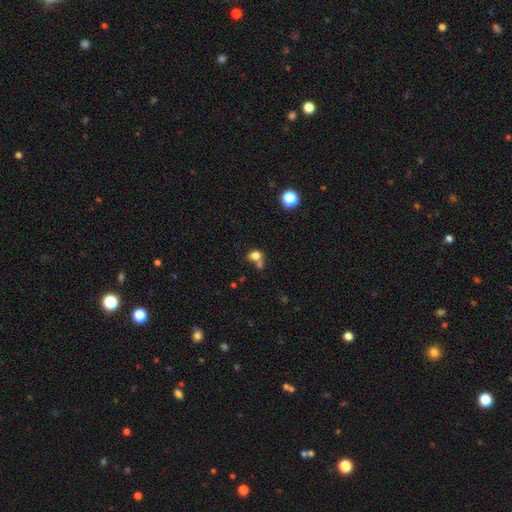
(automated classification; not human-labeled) Morphology: type=smooth (77%); roundness=in between (60%); merging=merger (46%).